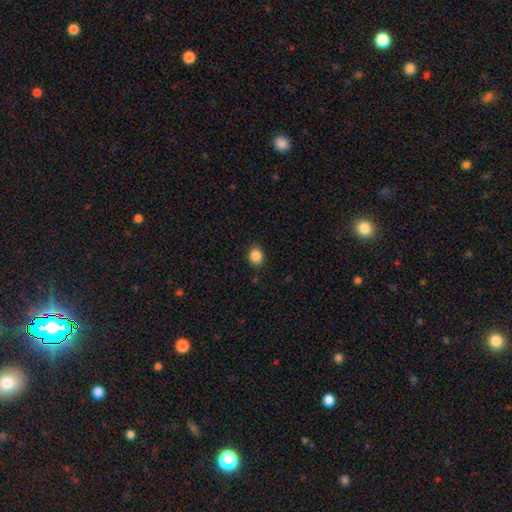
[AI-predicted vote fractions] Smooth or featured?
  - smooth: 87% *
  - star or artifact: 10%
  - featured or disk: 4%
How rounded?
  - round: 60% *
  - in between: 40%
  - cigar-shaped: 1%
Merging?
  - none: 88% *
  - minor disturbance: 9%
  - major disturbance: 2%
  - merger: 1%